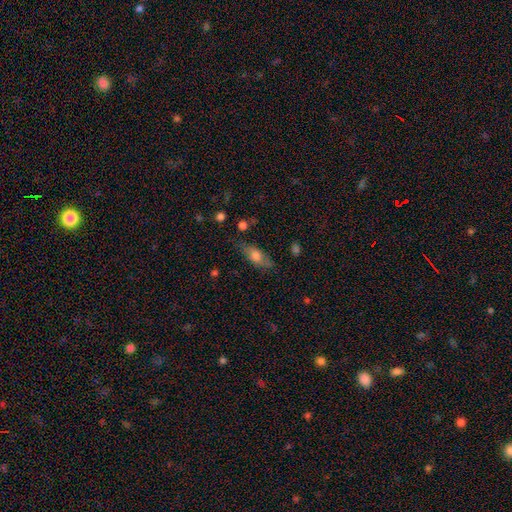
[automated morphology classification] Smooth or featured: smooth — 65% (featured or disk — 27%)
How rounded: in between — 72% (cigar-shaped — 23%)
Merging: none — 69% (minor disturbance — 21%)